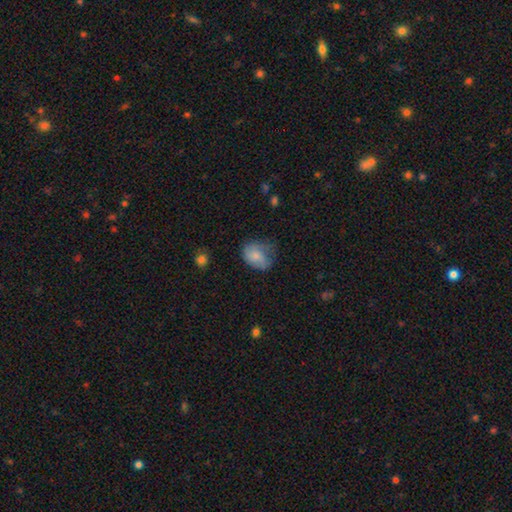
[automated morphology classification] This appears to be a smooth galaxy with no disk features (75%) that is in between round and cigar-shaped (58%). Merging: minor disturbance (38%, tied with none).